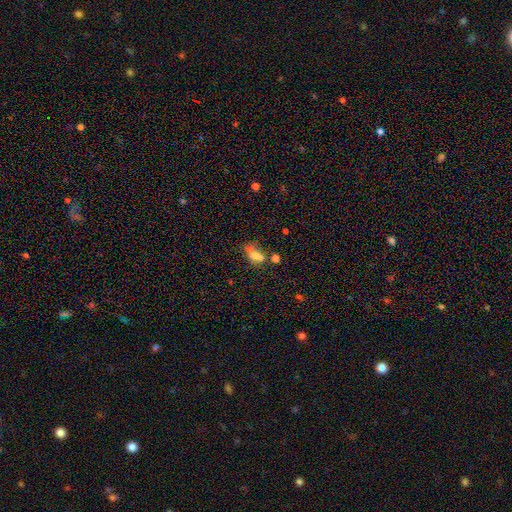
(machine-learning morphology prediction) A smooth galaxy with no disk features (57%) that is in between round and cigar-shaped (73%). Merging: merger (36%).